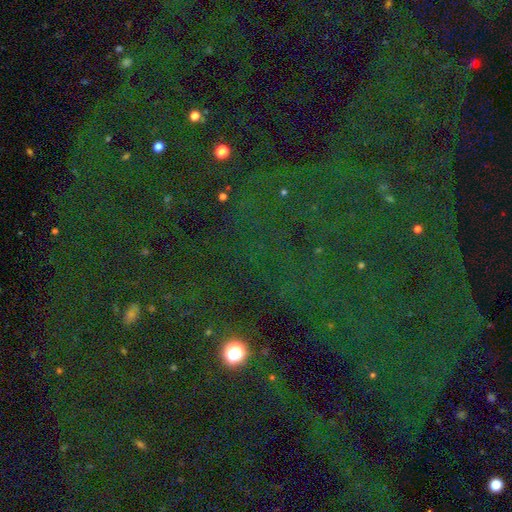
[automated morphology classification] Smooth or featured: star or artifact — 81% (smooth — 12%)